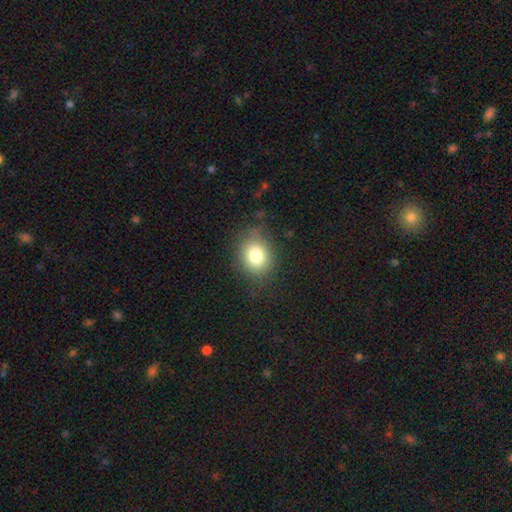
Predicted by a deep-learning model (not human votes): This appears to be a smooth galaxy with no disk features (80%) that is round (62%). Merging: none (77%).